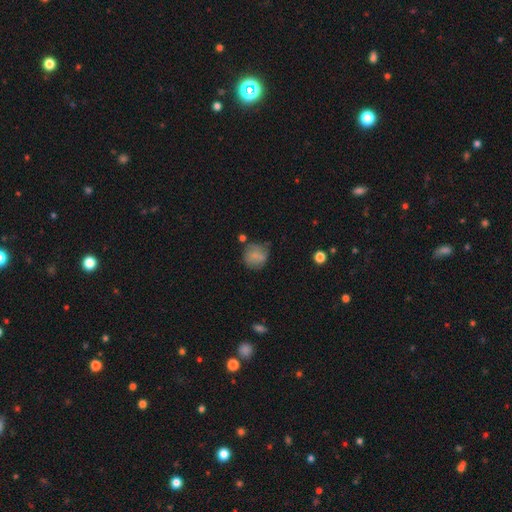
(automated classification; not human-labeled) smooth_or_featured: smooth (p=0.75) [alt: featured or disk p=0.16]
how_rounded: round (p=0.84) [alt: in between p=0.15]
merging: none (p=0.62) [alt: minor disturbance p=0.25]